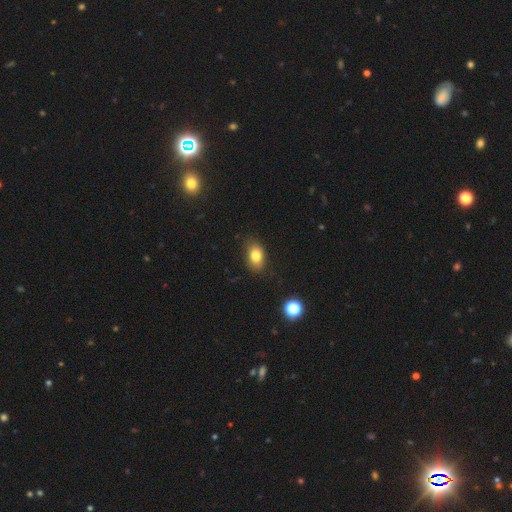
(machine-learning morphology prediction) Smooth or featured? smooth (80%)
How rounded? in between (82%)
Merging? none (81%)